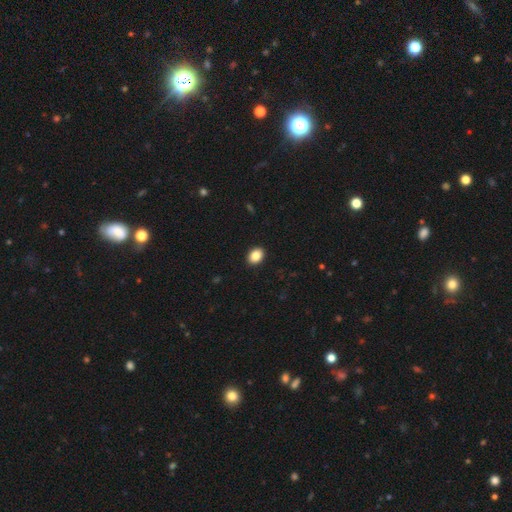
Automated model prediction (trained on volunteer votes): A smooth galaxy with no disk features (87%) that is in between round and cigar-shaped (70%).

Vote fractions:
- Smooth or featured? smooth: 87% / star or artifact: 8% / featured or disk: 5%
- How rounded? in between: 70% / round: 29% / cigar-shaped: 1%
- Merging? none: 92% / minor disturbance: 6% / major disturbance: 2% / merger: 1%